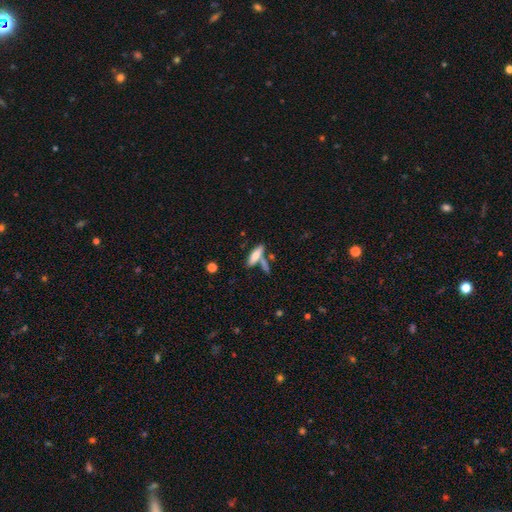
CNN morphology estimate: smooth_or_featured: smooth (p=0.67) [alt: featured or disk p=0.26]
how_rounded: cigar-shaped (p=0.56) [alt: in between p=0.42]
merging: none (p=0.59) [alt: merger p=0.23]